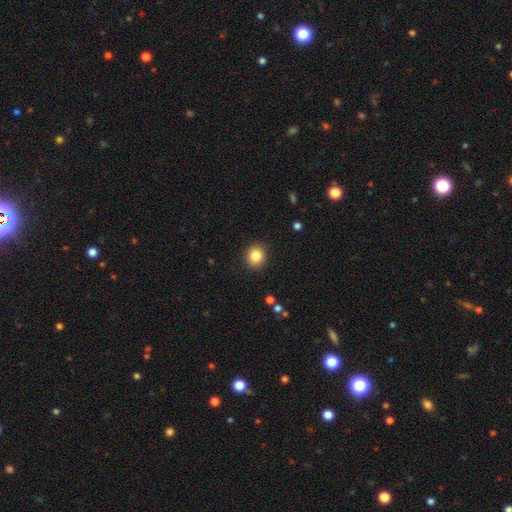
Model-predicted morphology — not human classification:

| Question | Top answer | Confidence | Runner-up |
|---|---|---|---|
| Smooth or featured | smooth | 85% | star or artifact (9%) |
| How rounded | round | 75% | in between (24%) |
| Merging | none | 90% | minor disturbance (7%) |